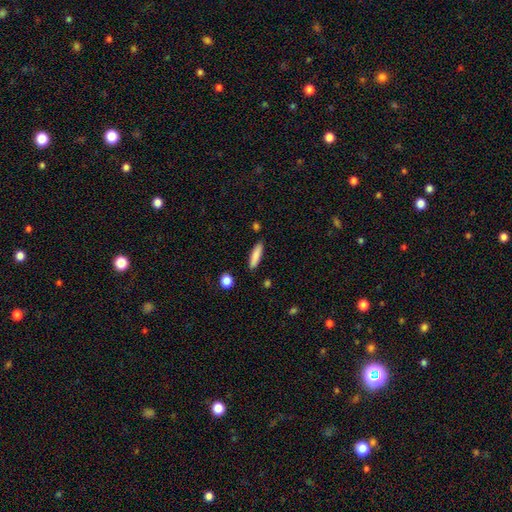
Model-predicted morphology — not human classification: smooth-or-featured: smooth: 84% | featured or disk: 9% | star or artifact: 7%
  how-rounded: cigar-shaped: 75% | in between: 23% | round: 2%
  merging: none: 87% | minor disturbance: 9% | merger: 2% | major disturbance: 2%